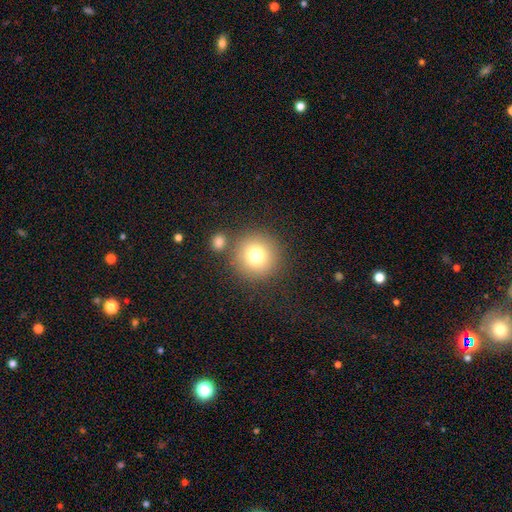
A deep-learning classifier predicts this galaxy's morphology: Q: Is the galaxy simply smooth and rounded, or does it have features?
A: smooth — 77%.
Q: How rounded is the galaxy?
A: round — 95%.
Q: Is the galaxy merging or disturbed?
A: none — 78%.